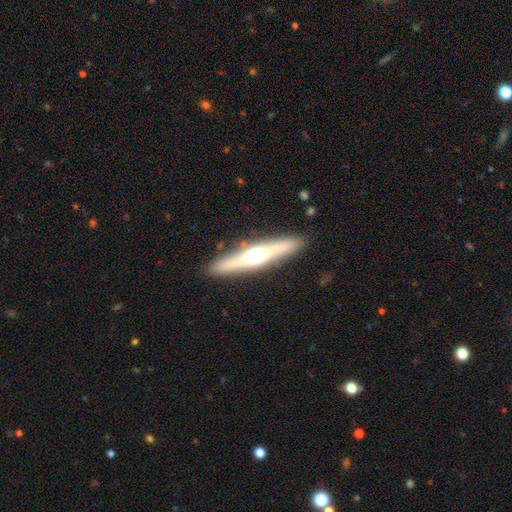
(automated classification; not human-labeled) Q: Smooth or featured?
A: featured or disk (61%); runner-up: smooth (32%)
Q: Edge-on disk?
A: yes (93%); runner-up: no (7%)
Q: Edge-on bulge?
A: rounded (92%); runner-up: boxy (4%)
Q: Merging?
A: none (88%); runner-up: minor disturbance (8%)